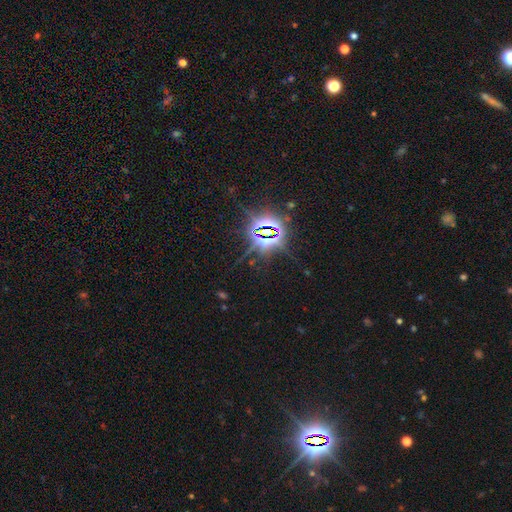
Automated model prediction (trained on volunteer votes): star or artifact 84%, smooth 9%, featured or disk 7%.